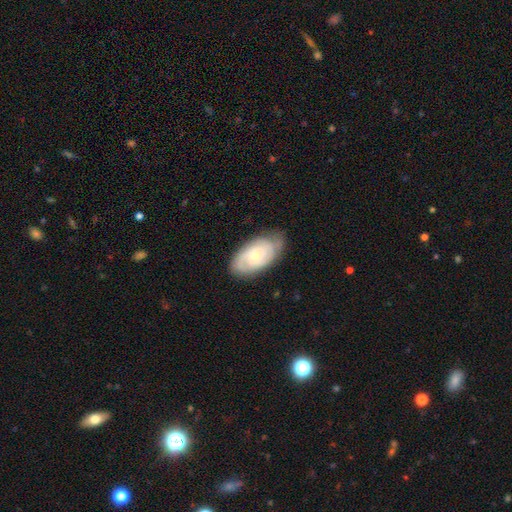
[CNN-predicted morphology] The model was most divided on "spiral arm count": 2: 47%, can't tell: 31%, 3: 12%, 1: 4%, 4: 3%, more than 4: 3%. More confident: edge-on disk — no (95%); spiral arms — yes (90%); bar — no (75%); merging — none (73%); smooth or featured — featured or disk (70%); spiral winding — tight (65%); bulge size — small (60%).